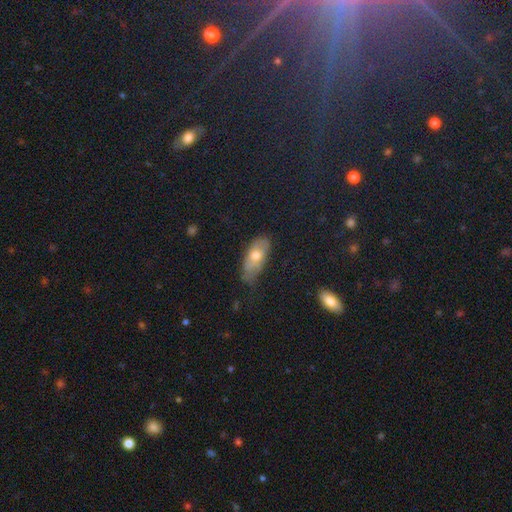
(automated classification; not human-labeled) The model was most divided on "merging": none: 55%, minor disturbance: 33%, major disturbance: 10%, merger: 2%. More confident: how rounded — in between (81%); smooth or featured — smooth (62%).